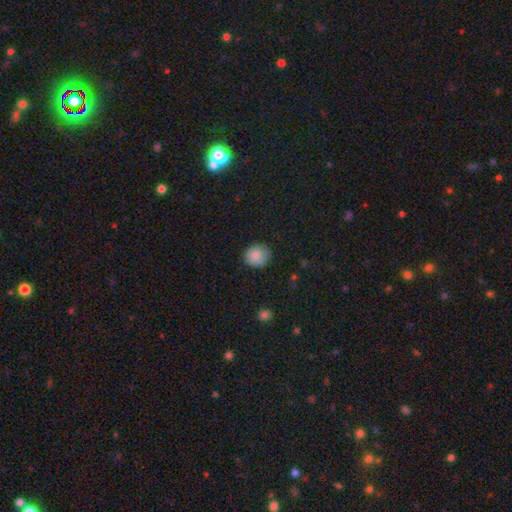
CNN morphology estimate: smooth-or-featured: smooth: 83% | star or artifact: 9% | featured or disk: 8%
  how-rounded: round: 82% | in between: 17% | cigar-shaped: 1%
  merging: none: 82% | minor disturbance: 14% | major disturbance: 3% | merger: 1%